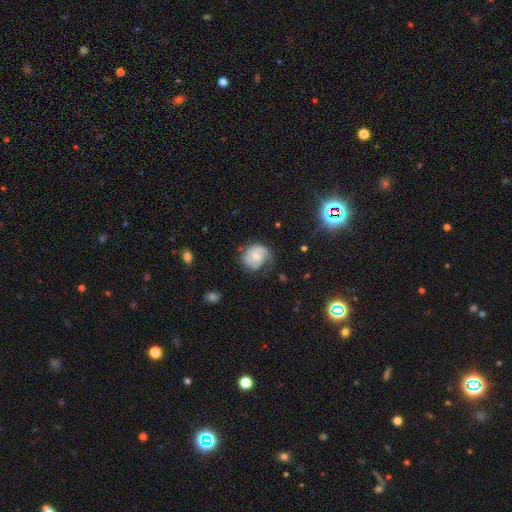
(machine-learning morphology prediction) A featured or disk galaxy (62%) with no bar (68%), 2 (47%) tight (48%) spiral arms (86%) and a small central bulge (47%, tied with moderate).

Vote fractions:
- Smooth or featured? featured or disk: 62% / smooth: 31% / star or artifact: 7%
- Edge-on disk? no: 97% / yes: 3%
- Bar? no: 68% / weak: 27% / strong: 5%
- Spiral arms? yes: 86% / no: 14%
- Spiral winding? tight: 48% / medium: 36% / loose: 17%
- Spiral arm count? 2: 47% / 1: 22% / can't tell: 21% / 3: 6% / 4: 2% / more than 4: 2%
- Bulge size? small: 47% (tied) / moderate: 47% (tied) / none: 3% / large: 2% / dominant: 1%
- Merging? none: 54% / minor disturbance: 29% / major disturbance: 16% / merger: 2%